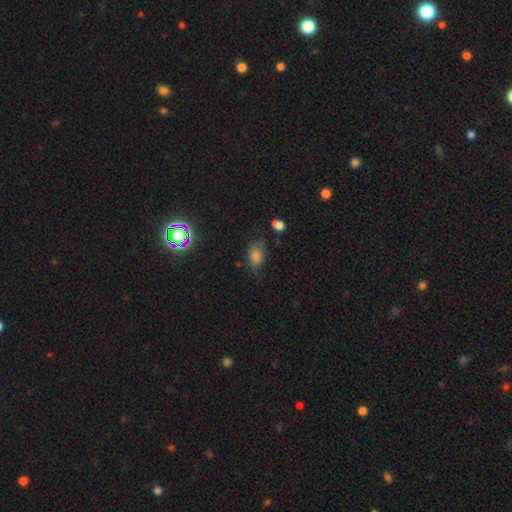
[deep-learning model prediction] Overall: smooth (69%). How rounded: in between (85%). Merging: none (66%).